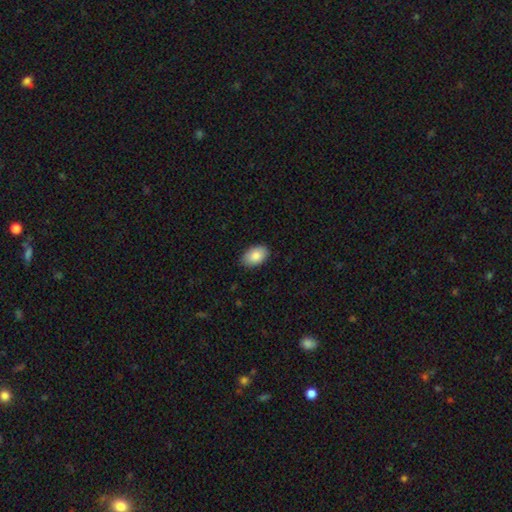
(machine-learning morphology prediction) Smooth or featured: smooth — 87% (featured or disk — 7%)
How rounded: in between — 92% (round — 7%)
Merging: none — 85% (minor disturbance — 12%)